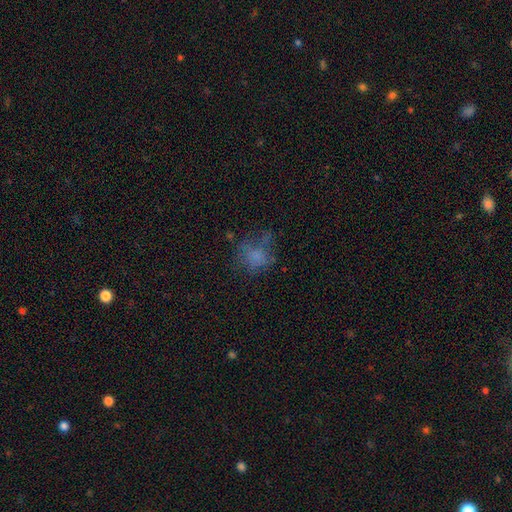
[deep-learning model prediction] This is possibly a smooth galaxy (57%). How rounded: possibly round (57%). Merging: marginally none (43%).